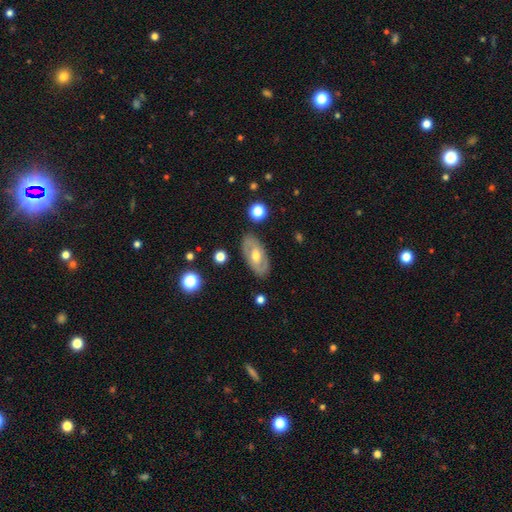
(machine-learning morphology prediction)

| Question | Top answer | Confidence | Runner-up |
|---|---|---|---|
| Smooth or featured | featured or disk | 60% | smooth (34%) |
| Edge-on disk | no | 88% | yes (12%) |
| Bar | no | 57% | weak (31%) |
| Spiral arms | no | 61% | yes (39%) |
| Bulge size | moderate | 74% | small (14%) |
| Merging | none | 84% | minor disturbance (11%) |